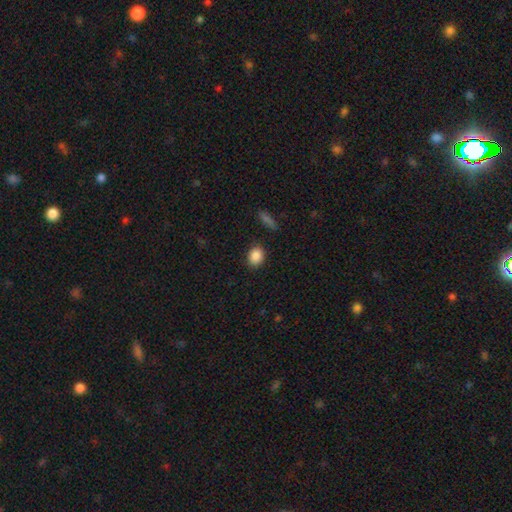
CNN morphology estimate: type=smooth (87%); roundness=round (52%); merging=none (87%).